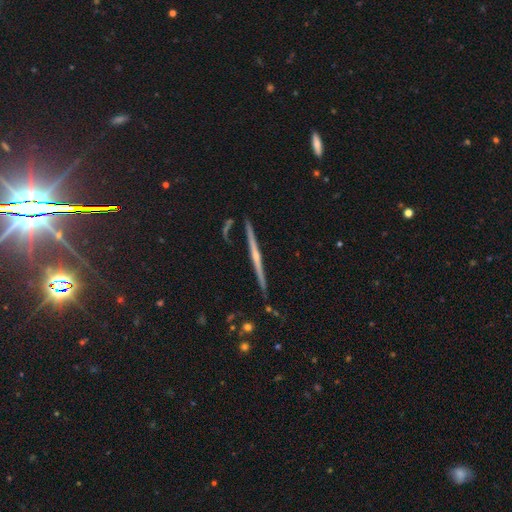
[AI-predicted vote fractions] Q: Smooth or featured?
A: featured or disk (64%); runner-up: star or artifact (21%)
Q: Edge-on disk?
A: yes (93%); runner-up: no (7%)
Q: Edge-on bulge?
A: rounded (62%); runner-up: none (26%)
Q: Merging?
A: none (80%); runner-up: minor disturbance (12%)